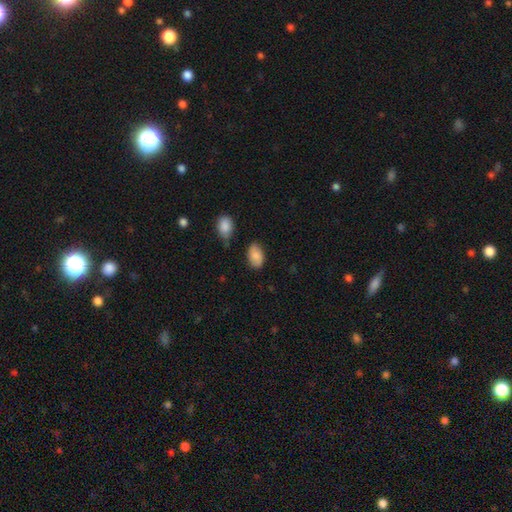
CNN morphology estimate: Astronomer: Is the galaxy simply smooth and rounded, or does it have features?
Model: smooth — 83%.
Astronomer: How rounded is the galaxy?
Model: in between — 91%.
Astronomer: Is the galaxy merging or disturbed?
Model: none — 71%.